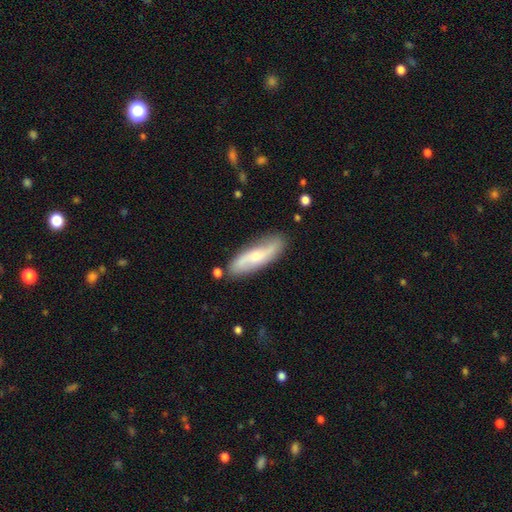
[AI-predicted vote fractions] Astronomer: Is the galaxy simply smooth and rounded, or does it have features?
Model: featured or disk — 58% (runner-up: smooth, 37%).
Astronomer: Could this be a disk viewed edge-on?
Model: no — 73%.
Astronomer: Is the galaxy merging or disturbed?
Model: none — 82%.